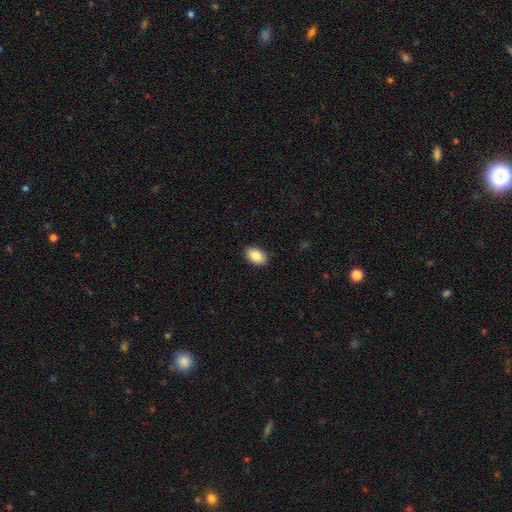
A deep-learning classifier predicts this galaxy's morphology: Smooth or featured?
  - smooth: 87% *
  - star or artifact: 7%
  - featured or disk: 7%
How rounded?
  - in between: 88% *
  - round: 10%
  - cigar-shaped: 1%
Merging?
  - none: 90% *
  - minor disturbance: 8%
  - major disturbance: 2%
  - merger: 1%